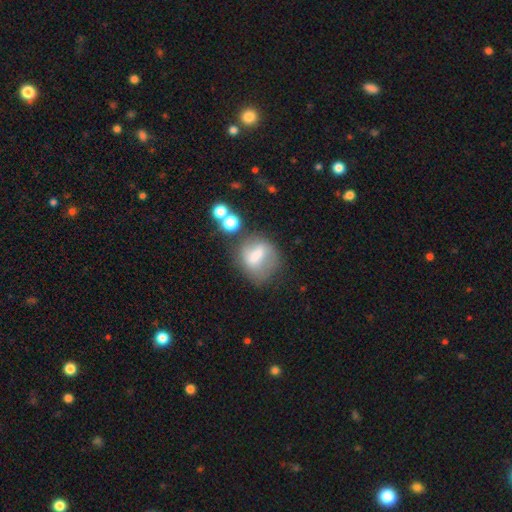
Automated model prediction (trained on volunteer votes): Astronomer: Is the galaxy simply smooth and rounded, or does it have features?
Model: smooth — 56% (runner-up: featured or disk, 32%).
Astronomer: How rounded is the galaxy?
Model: round — 51% (runner-up: in between, 44%).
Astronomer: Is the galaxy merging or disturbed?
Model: none — 46% (runner-up: minor disturbance, 23%).